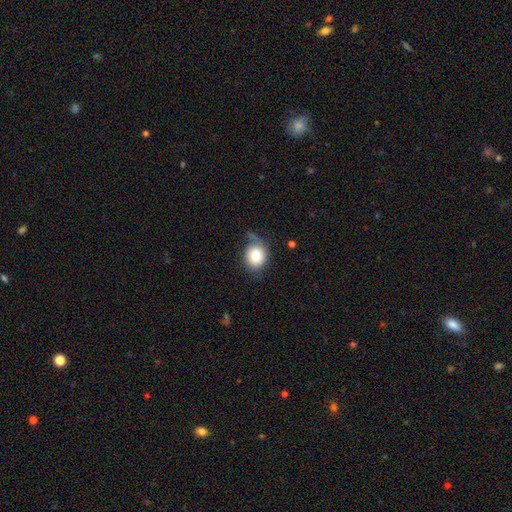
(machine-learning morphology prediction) Smooth or featured?
  - smooth: 80% *
  - featured or disk: 12%
  - star or artifact: 8%
How rounded?
  - round: 63% *
  - in between: 36%
  - cigar-shaped: 1%
Merging?
  - none: 47% *
  - minor disturbance: 32%
  - major disturbance: 16%
  - merger: 5%